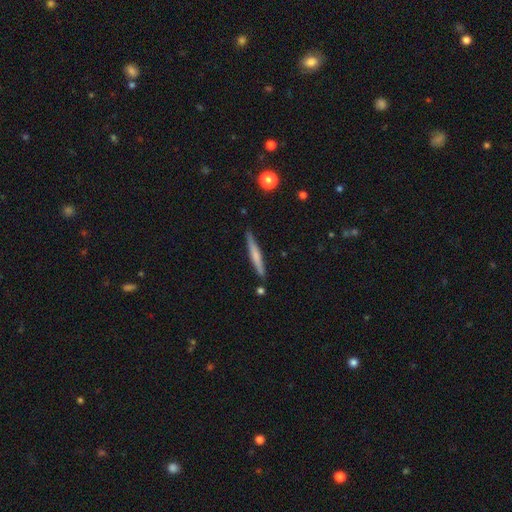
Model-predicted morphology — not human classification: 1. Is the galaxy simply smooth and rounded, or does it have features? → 54% smooth, 40% featured or disk, 5% star or artifact.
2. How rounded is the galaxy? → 95% cigar-shaped, 3% in between, 1% round.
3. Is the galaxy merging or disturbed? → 87% none, 9% minor disturbance, 3% merger, 2% major disturbance.